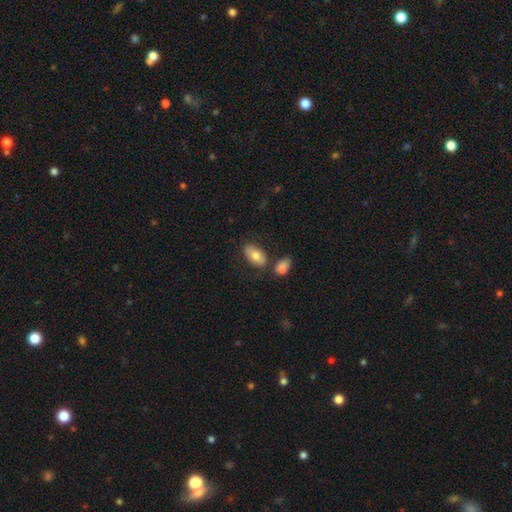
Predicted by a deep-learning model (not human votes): Smooth or featured? smooth (75%)
How rounded? in between (93%)
Merging? none (69%)